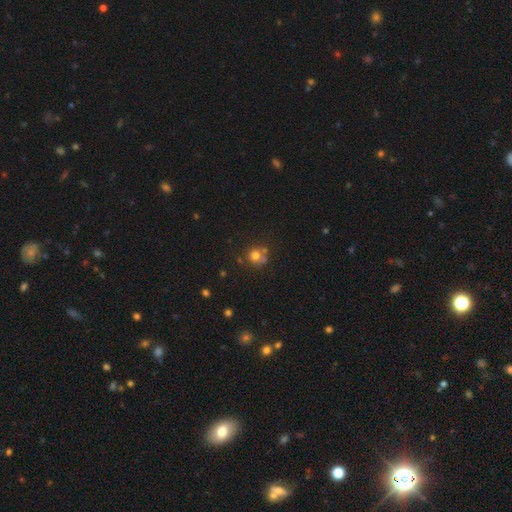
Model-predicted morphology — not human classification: Smooth or featured: smooth — 71% (star or artifact — 15%)
How rounded: round — 86% (in between — 13%)
Merging: none — 57% (merger — 22%)